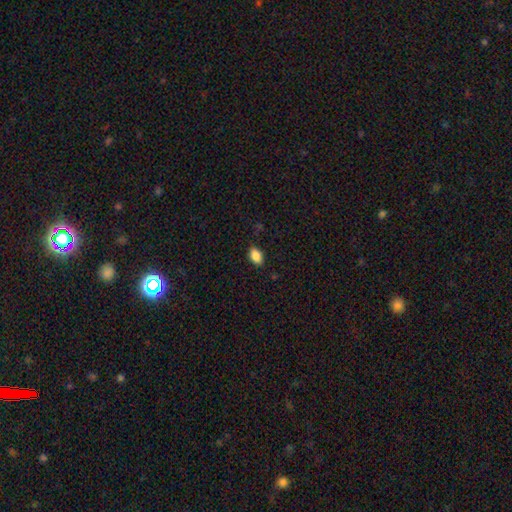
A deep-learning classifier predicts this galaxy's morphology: Q: Smooth or featured?
A: smooth (87%); runner-up: star or artifact (8%)
Q: How rounded?
A: in between (88%); runner-up: round (10%)
Q: Merging?
A: none (85%); runner-up: minor disturbance (11%)